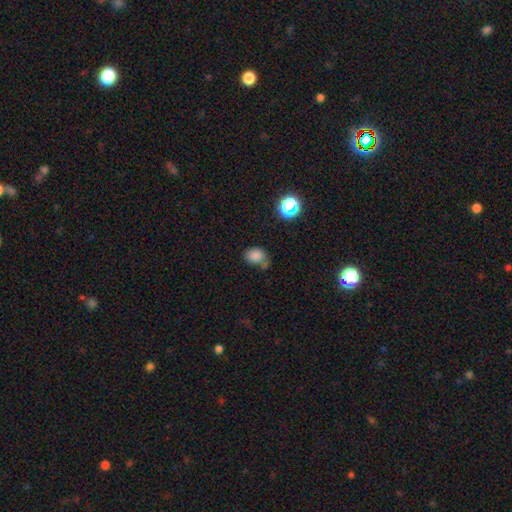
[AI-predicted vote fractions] smooth_or_featured: smooth (p=0.80) [alt: star or artifact p=0.14]
how_rounded: in between (p=0.50) [alt: round p=0.49]
merging: none (p=0.51) [alt: minor disturbance p=0.27]